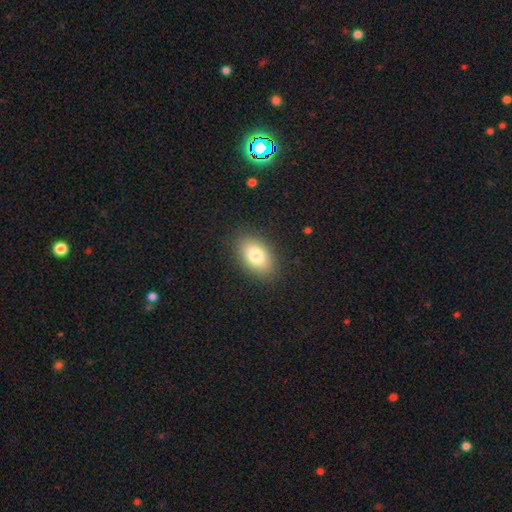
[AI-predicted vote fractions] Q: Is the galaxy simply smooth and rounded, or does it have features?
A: smooth — 80%.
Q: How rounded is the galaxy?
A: in between — 90%.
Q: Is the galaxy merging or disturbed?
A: none — 87%.